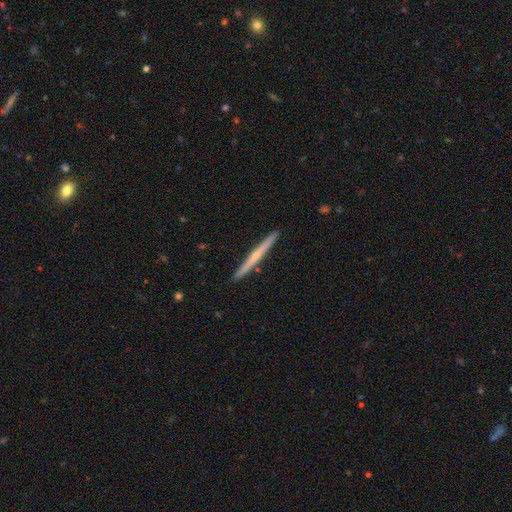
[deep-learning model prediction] A featured or disk galaxy (65%) viewed edge-on (98%) with a rounded central bulge (55%). Merging: none (93%).